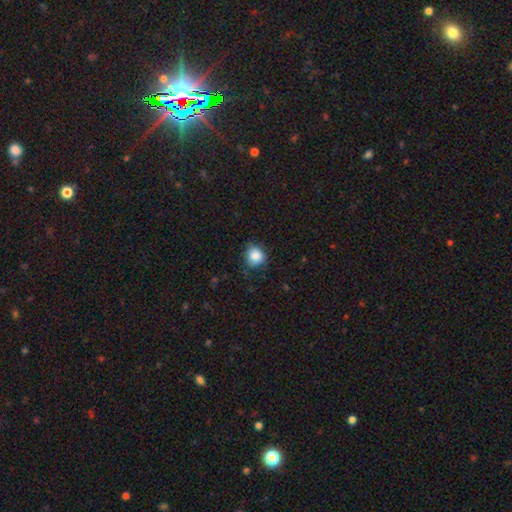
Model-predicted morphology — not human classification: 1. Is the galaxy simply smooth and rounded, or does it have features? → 85% smooth, 9% star or artifact, 5% featured or disk.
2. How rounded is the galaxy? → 79% round, 20% in between, 1% cigar-shaped.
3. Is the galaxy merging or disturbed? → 70% none, 24% minor disturbance, 5% major disturbance, 1% merger.